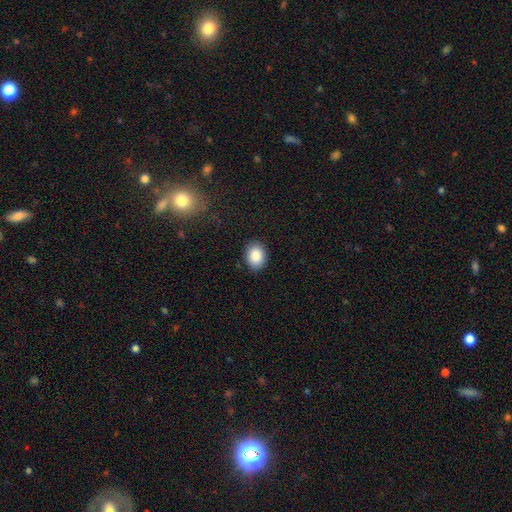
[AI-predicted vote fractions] smooth 88%, star or artifact 8%, featured or disk 4%. Down the decision tree: how rounded — in between (67%); merging — none (88%).